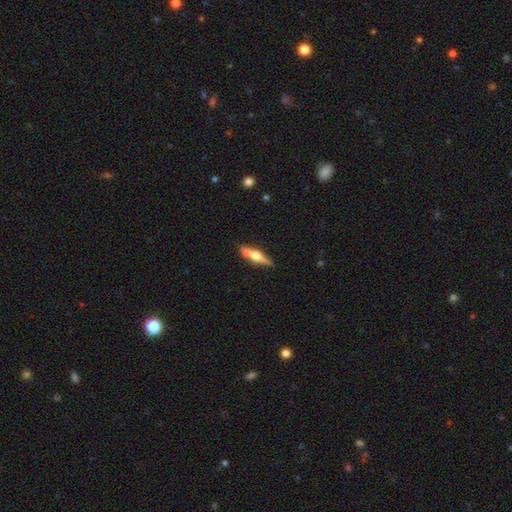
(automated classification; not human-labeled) featured or disk 62%, smooth 32%, star or artifact 6%. Down the decision tree: edge-on disk — yes (94%); edge-on bulge — rounded (93%); merging — none (68%).